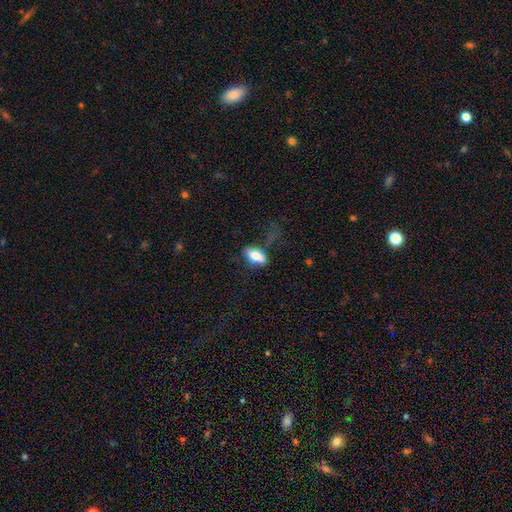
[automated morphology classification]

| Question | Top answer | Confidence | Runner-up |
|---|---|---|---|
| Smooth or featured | smooth | 77% | featured or disk (15%) |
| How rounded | in between | 87% | cigar-shaped (9%) |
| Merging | none | 44% | minor disturbance (28%) |